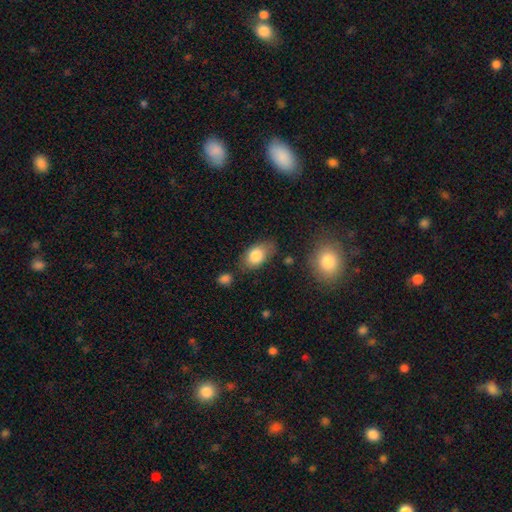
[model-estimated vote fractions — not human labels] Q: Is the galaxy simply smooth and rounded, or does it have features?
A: smooth — 81%.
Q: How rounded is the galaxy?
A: in between — 87%.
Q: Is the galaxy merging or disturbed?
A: none — 69%.